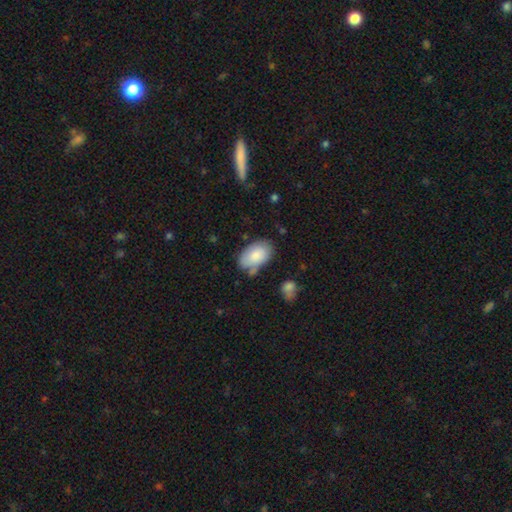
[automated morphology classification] smooth 80%, featured or disk 14%, star or artifact 6%. Down the decision tree: how rounded — in between (93%); merging — none (66%).